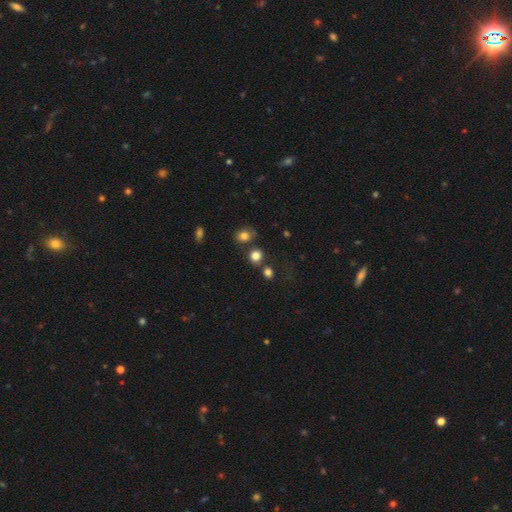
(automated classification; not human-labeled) smooth 79%, star or artifact 15%, featured or disk 6%. Down the decision tree: how rounded — round (82%); merging — none (70%).